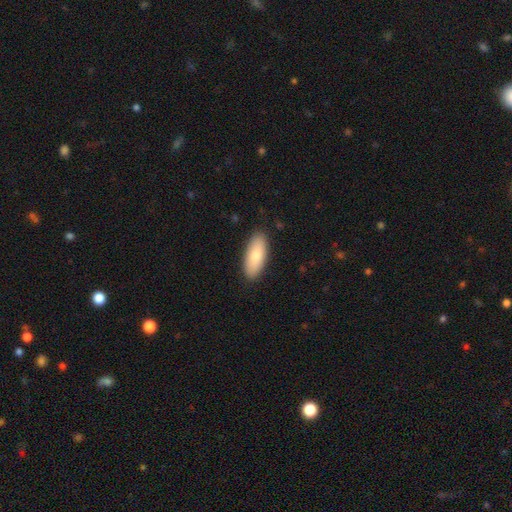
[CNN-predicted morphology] Smooth or featured: smooth — 80% (featured or disk — 14%)
How rounded: in between — 80% (cigar-shaped — 18%)
Merging: none — 88% (minor disturbance — 9%)